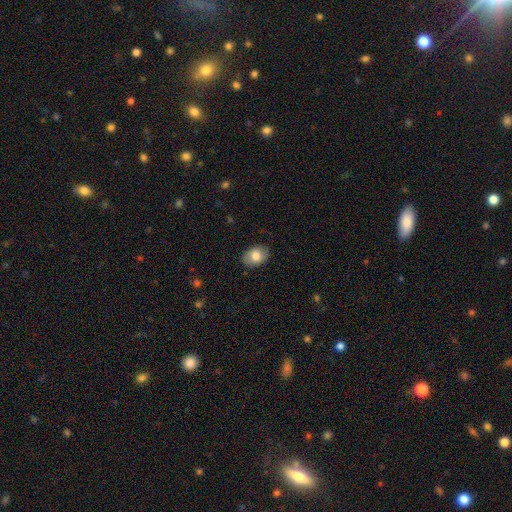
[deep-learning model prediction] This is likely a smooth galaxy (78%). How rounded: clearly in between (84%). Merging: clearly none (86%).